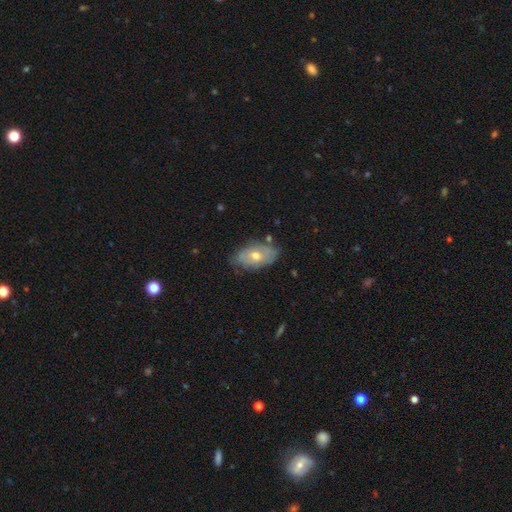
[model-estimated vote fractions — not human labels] smooth 52%, featured or disk 41%, star or artifact 7%. Down the decision tree: how rounded — in between (91%); merging — none (69%).